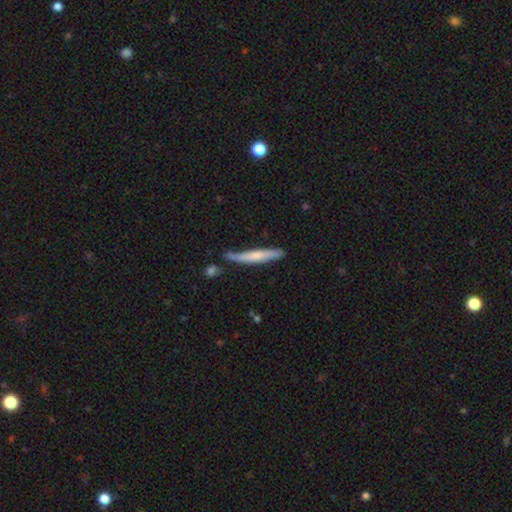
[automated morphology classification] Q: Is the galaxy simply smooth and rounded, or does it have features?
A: smooth — 56%.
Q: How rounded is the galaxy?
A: cigar-shaped — 94%.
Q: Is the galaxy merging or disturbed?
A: none — 62%.